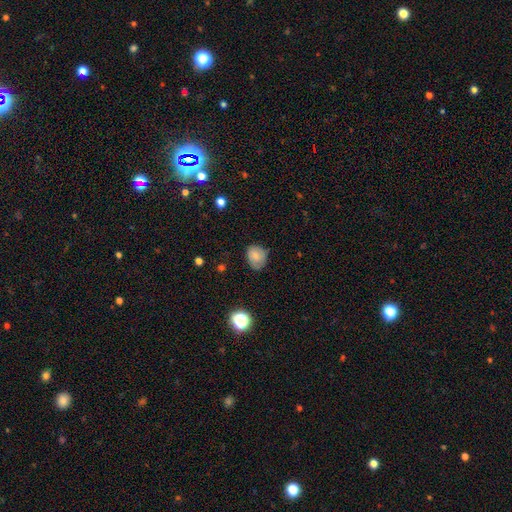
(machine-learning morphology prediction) smooth-or-featured: smooth: 77% | featured or disk: 13% | star or artifact: 10%
  how-rounded: round: 50% | in between: 49% | cigar-shaped: 1%
  merging: none: 63% | minor disturbance: 29% | major disturbance: 6% | merger: 1%